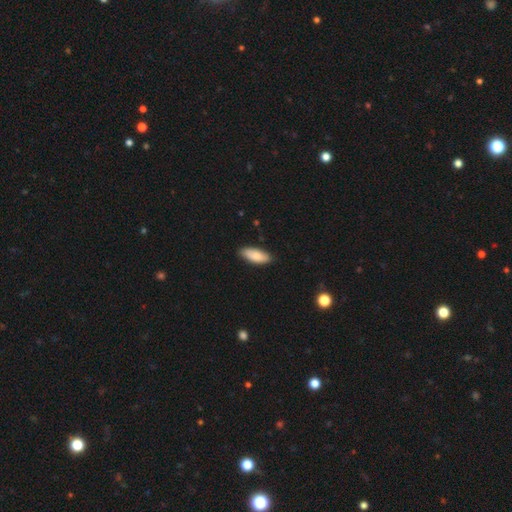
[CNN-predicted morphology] The model was most divided on "how rounded": in between: 78%, cigar-shaped: 20%, round: 2%. More confident: merging — none (85%); smooth or featured — smooth (83%).